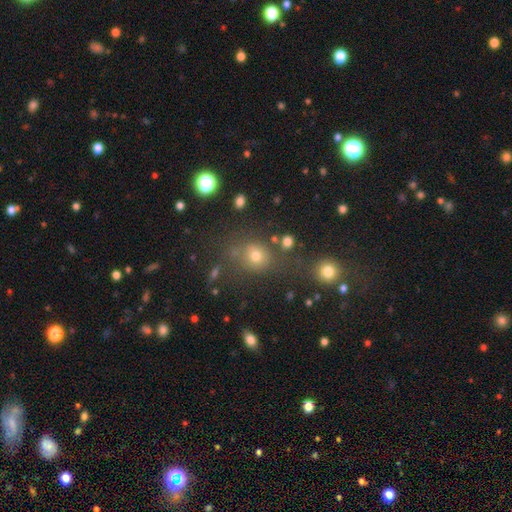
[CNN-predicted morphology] Smooth or featured: smooth — 68% (star or artifact — 22%)
How rounded: round — 73% (in between — 26%)
Merging: none — 70% (minor disturbance — 13%)